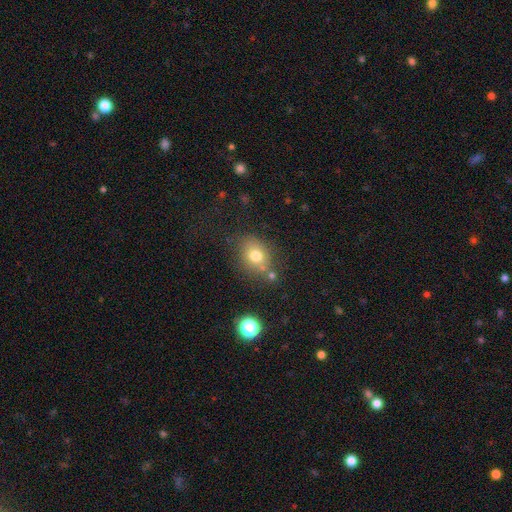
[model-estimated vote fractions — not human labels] smooth 74%, star or artifact 13%, featured or disk 13%. Down the decision tree: how rounded — round (52%); merging — none (66%).